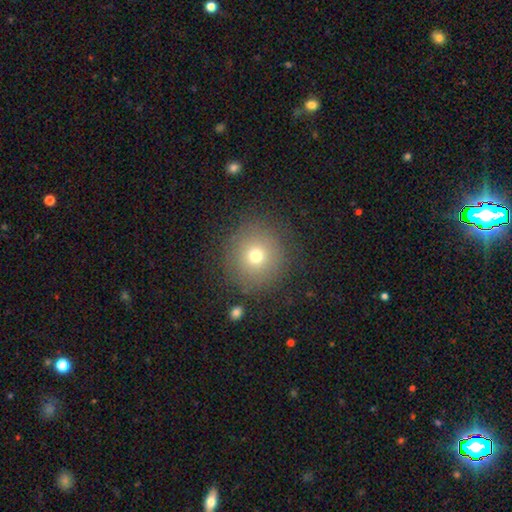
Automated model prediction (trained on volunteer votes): Smooth or featured? smooth (71%)
How rounded? round (93%)
Merging? none (86%)